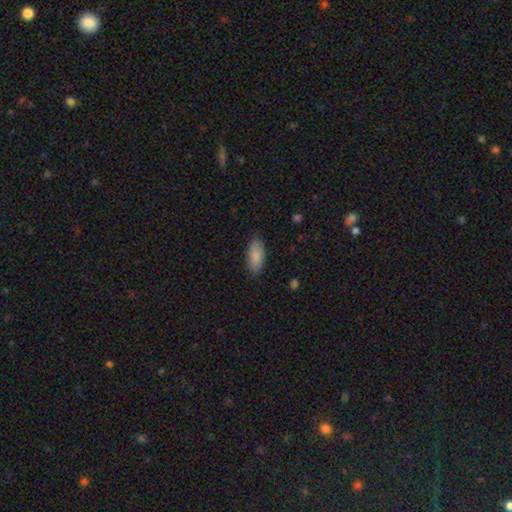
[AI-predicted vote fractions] Morphology: type=smooth (86%); roundness=in between (85%); merging=none (82%).